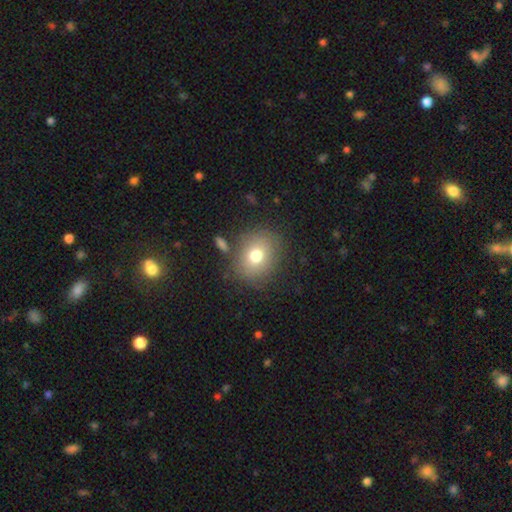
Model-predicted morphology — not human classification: Smooth or featured? Predicted: smooth (p=0.74). How rounded? Predicted: round (p=0.65). Merging? Predicted: none (p=0.80).